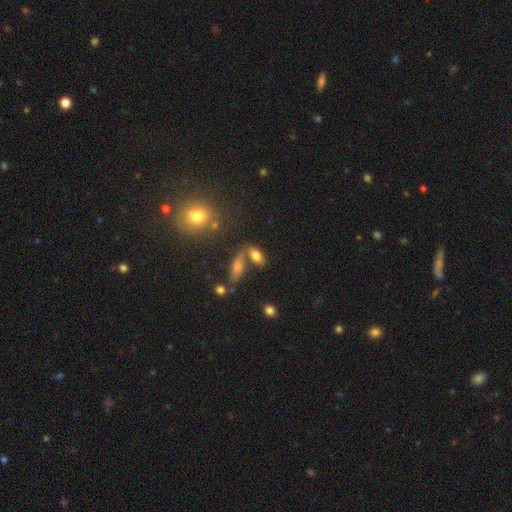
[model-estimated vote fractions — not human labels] Overall: smooth (76%). How rounded: in between (81%). Merging: none (56%; merger 27%).